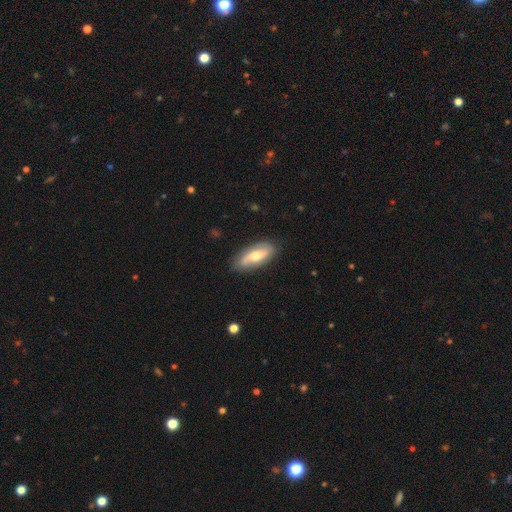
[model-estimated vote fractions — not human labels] A smooth galaxy with no disk features (48%).

Vote fractions:
- Smooth or featured? smooth: 48% / featured or disk: 46% / star or artifact: 6%
- Merging? none: 83% / minor disturbance: 13% / major disturbance: 3% / merger: 1%